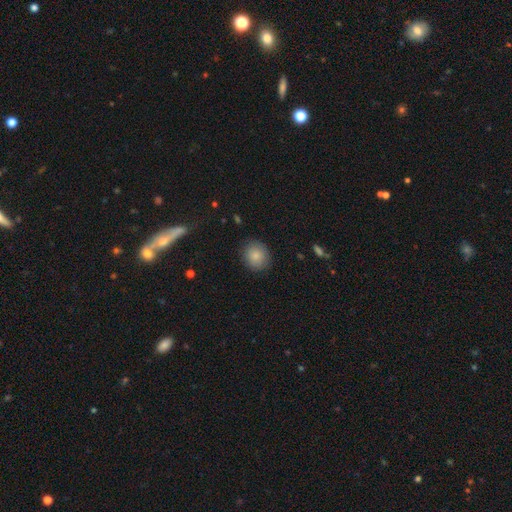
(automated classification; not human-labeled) Smooth or featured?
  - smooth: 85% *
  - star or artifact: 8%
  - featured or disk: 7%
How rounded?
  - round: 79% *
  - in between: 20%
  - cigar-shaped: 1%
Merging?
  - none: 86% *
  - minor disturbance: 10%
  - major disturbance: 3%
  - merger: 1%